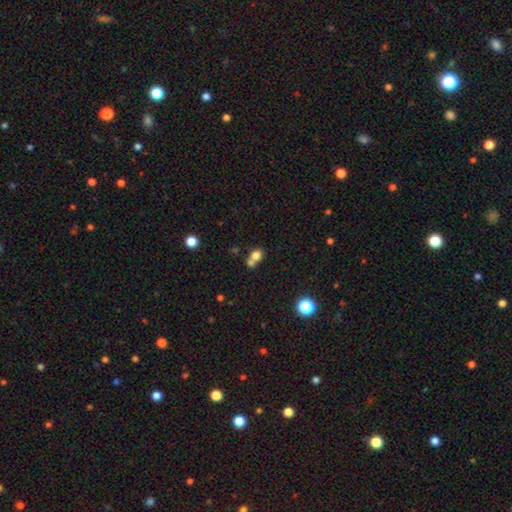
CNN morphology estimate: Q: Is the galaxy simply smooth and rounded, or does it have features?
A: smooth — 76%.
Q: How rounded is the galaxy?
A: round — 68%.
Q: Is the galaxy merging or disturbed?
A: merger — 52%.